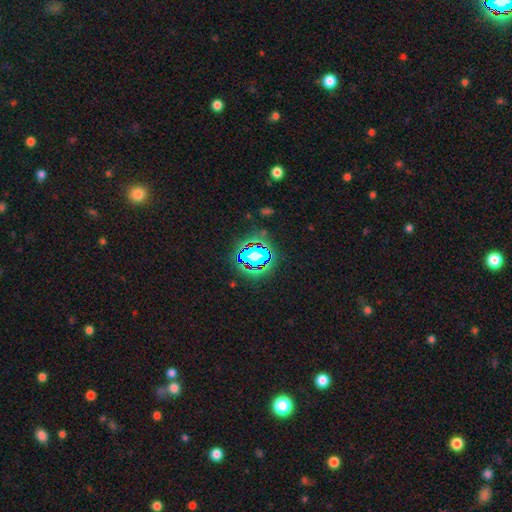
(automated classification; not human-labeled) Smooth or featured: star or artifact — 58% (smooth — 25%)